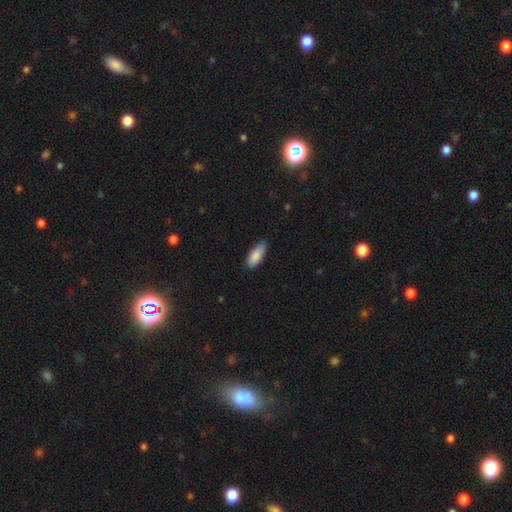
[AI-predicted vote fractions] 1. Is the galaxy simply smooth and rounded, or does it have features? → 89% smooth, 6% star or artifact, 5% featured or disk.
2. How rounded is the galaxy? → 80% in between, 18% cigar-shaped, 2% round.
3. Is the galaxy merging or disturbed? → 83% none, 14% minor disturbance, 2% major disturbance, 1% merger.